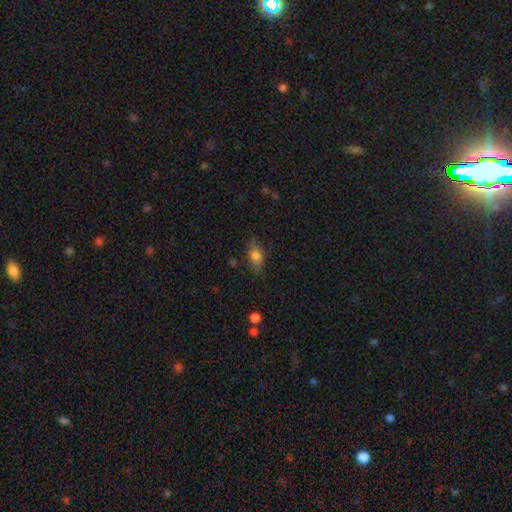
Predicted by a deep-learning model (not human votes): Morphology: type=smooth (76%); roundness=in between (82%); merging=none (72%).